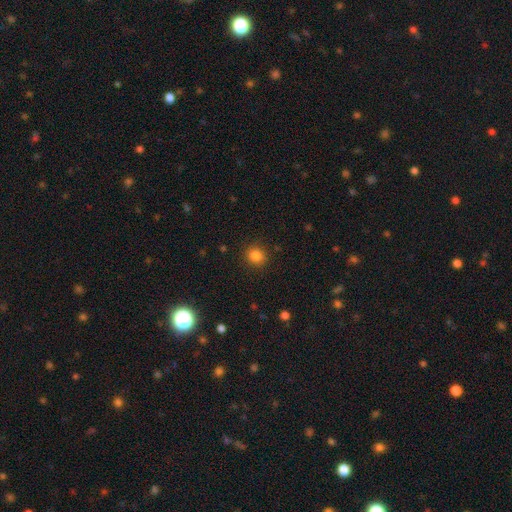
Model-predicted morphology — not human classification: smooth_or_featured: smooth (p=0.83) [alt: star or artifact p=0.12]
how_rounded: round (p=0.88) [alt: in between p=0.11]
merging: none (p=0.91) [alt: minor disturbance p=0.06]